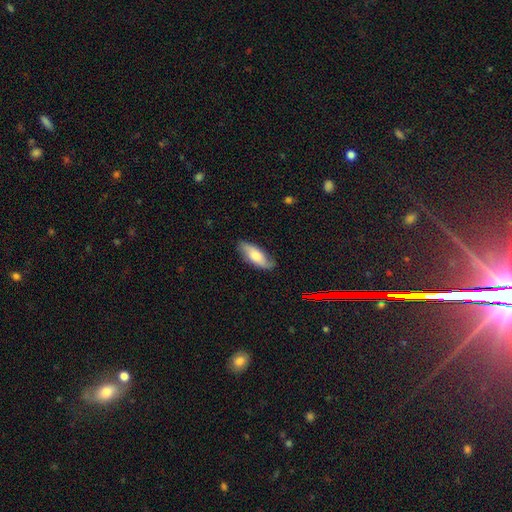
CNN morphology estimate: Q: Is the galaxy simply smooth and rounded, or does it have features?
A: smooth — 63%.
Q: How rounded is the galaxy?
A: in between — 70%.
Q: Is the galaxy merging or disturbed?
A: none — 79%.